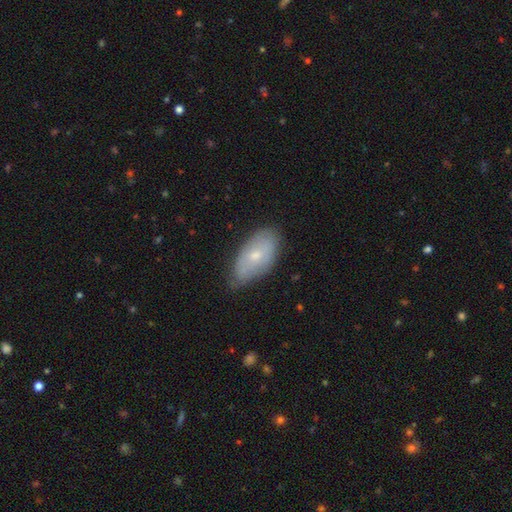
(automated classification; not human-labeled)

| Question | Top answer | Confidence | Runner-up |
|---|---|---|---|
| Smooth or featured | smooth | 59% | featured or disk (35%) |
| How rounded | in between | 93% | round (4%) |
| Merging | none | 66% | minor disturbance (28%) |